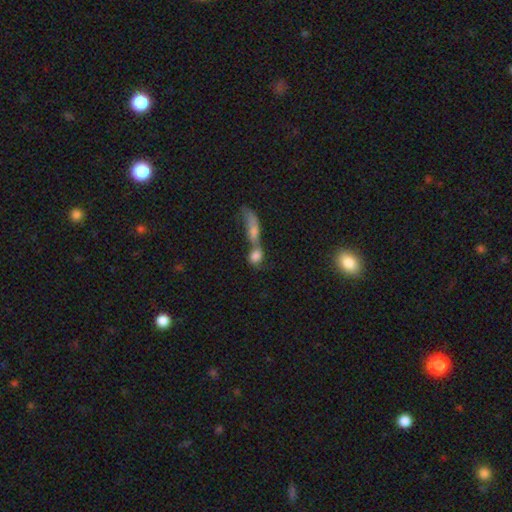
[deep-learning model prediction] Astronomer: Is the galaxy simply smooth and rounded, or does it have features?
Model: smooth — 72%.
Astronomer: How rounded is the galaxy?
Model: in between — 49% (runner-up: round, 37%).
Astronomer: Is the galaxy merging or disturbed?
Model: merger — 70%.